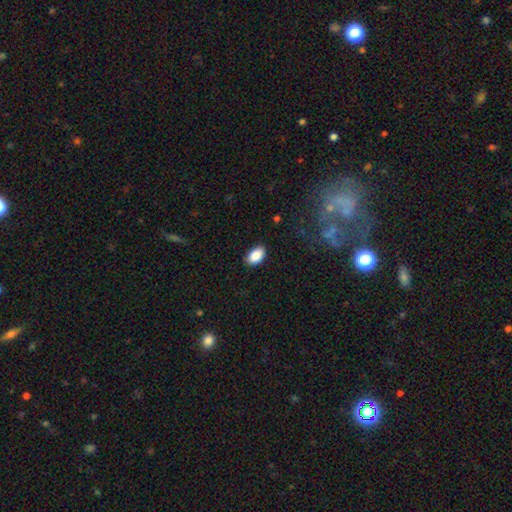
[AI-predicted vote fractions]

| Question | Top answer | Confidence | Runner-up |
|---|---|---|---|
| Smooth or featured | smooth | 88% | star or artifact (7%) |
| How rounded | in between | 93% | round (6%) |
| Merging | none | 84% | minor disturbance (13%) |